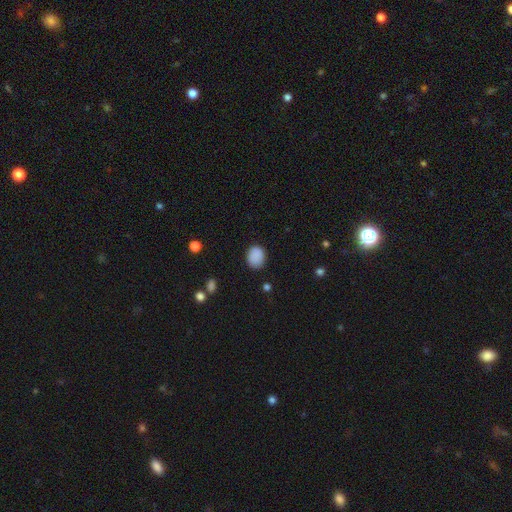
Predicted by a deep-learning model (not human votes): Morphology: type=smooth (88%); roundness=round (53%); merging=none (84%).